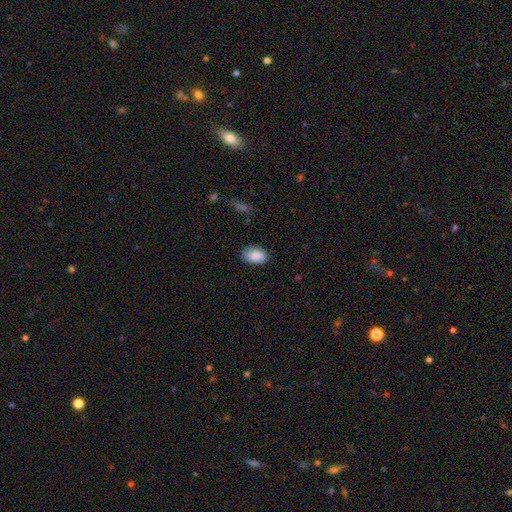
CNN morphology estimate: A smooth galaxy with no disk features (88%) that is in between round and cigar-shaped (88%). Merging: none (77%).